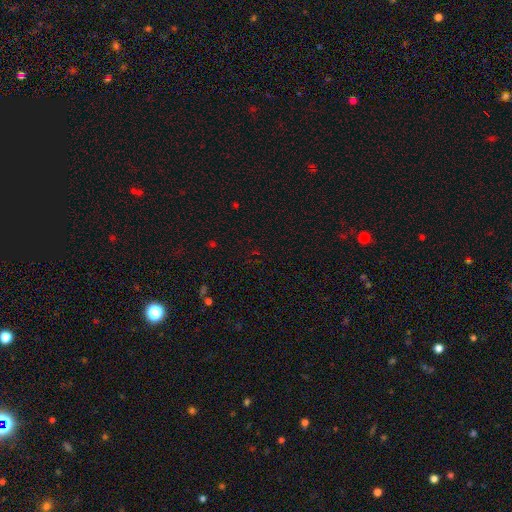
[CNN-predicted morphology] The model was most divided on "smooth or featured": star or artifact: 71%, smooth: 21%, featured or disk: 8%.